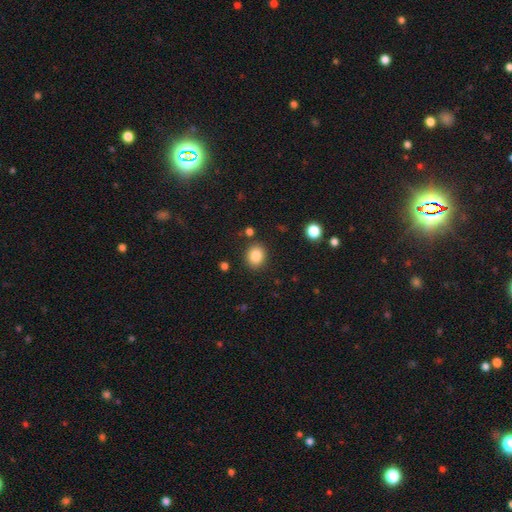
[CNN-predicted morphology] A smooth galaxy with no disk features (84%) that is round (66%).

Vote fractions:
- Smooth or featured? smooth: 84% / star or artifact: 10% / featured or disk: 6%
- How rounded? round: 66% / in between: 34% / cigar-shaped: 1%
- Merging? none: 87% / minor disturbance: 8% / merger: 3% / major disturbance: 3%